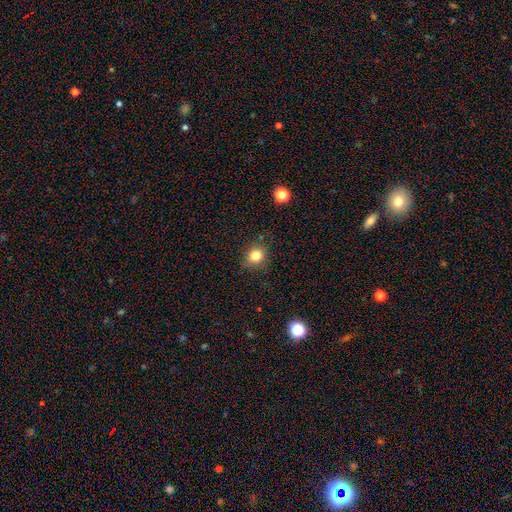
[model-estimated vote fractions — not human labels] This appears to be a smooth galaxy with no disk features (81%) that is round (77%). Merging: none (84%).